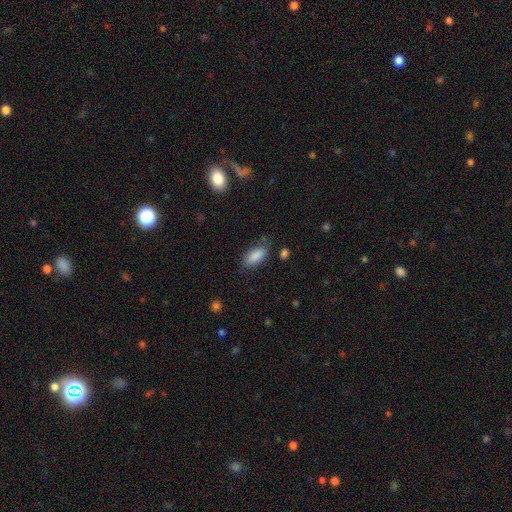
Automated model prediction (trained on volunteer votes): Smooth or featured? Predicted: smooth (p=0.86). How rounded? Predicted: in between (p=0.86). Merging? Predicted: none (p=0.71).